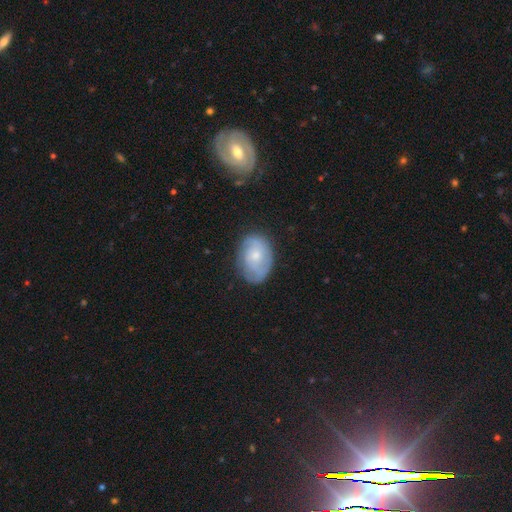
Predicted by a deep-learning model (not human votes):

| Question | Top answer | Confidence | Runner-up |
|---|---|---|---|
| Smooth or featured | featured or disk | 58% | smooth (35%) |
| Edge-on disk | no | 96% | yes (4%) |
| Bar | no | 74% | weak (23%) |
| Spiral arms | yes | 82% | no (18%) |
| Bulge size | small | 59% | moderate (36%) |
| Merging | none | 72% | minor disturbance (21%) |